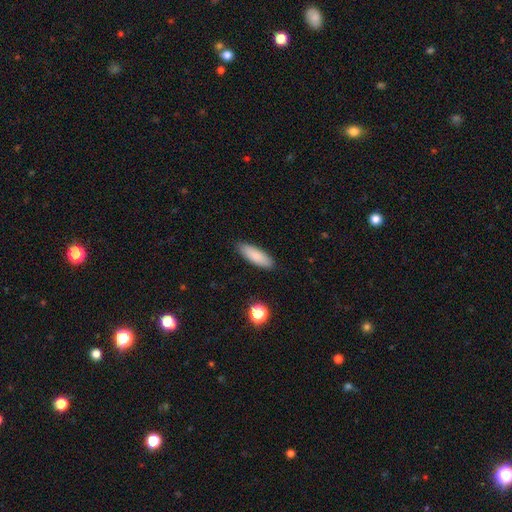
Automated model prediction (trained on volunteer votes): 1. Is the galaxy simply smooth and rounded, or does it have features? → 86% smooth, 7% star or artifact, 7% featured or disk.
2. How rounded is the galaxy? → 53% in between, 45% cigar-shaped, 2% round.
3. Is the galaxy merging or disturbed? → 89% none, 8% minor disturbance, 2% major disturbance, 1% merger.